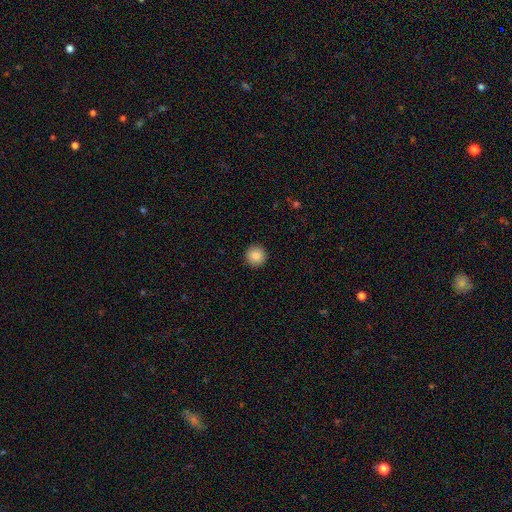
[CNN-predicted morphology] A smooth galaxy with no disk features (83%) that is round (96%). Merging: none (93%).